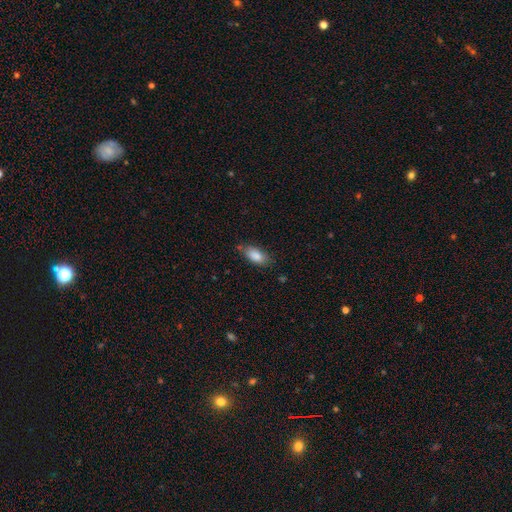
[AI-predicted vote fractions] Overall: smooth (85%). How rounded: in between (90%). Merging: none (72%).